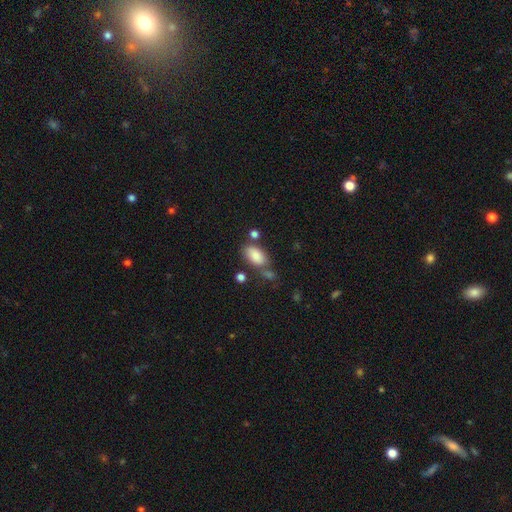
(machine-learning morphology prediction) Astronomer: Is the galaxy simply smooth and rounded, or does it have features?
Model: smooth — 83%.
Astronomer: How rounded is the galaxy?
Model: in between — 92%.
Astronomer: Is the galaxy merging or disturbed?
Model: none — 62%.